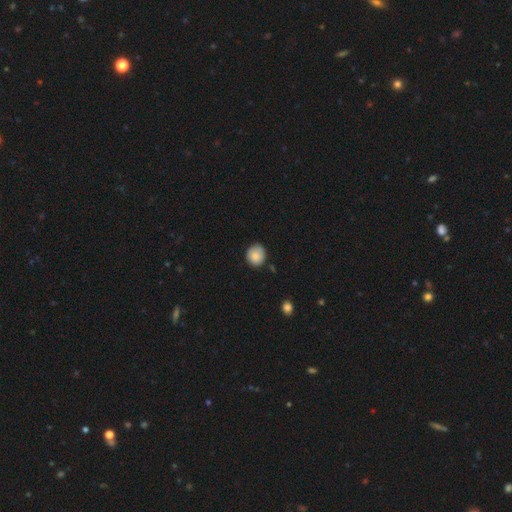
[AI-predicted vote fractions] Smooth or featured: smooth — 85% (star or artifact — 8%)
How rounded: round — 85% (in between — 14%)
Merging: none — 79% (minor disturbance — 16%)